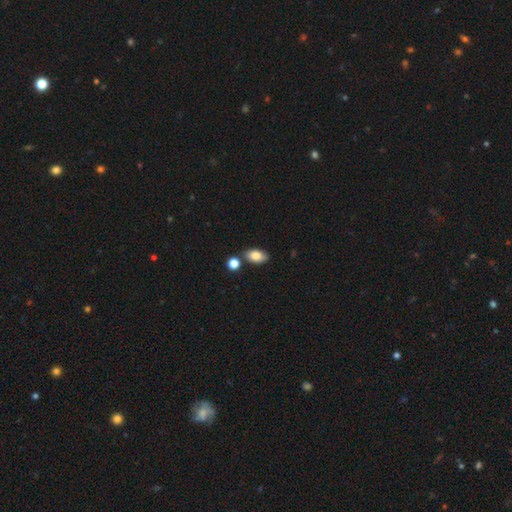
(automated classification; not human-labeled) smooth 84%, featured or disk 8%, star or artifact 8%. Down the decision tree: how rounded — in between (90%); merging — none (75%).